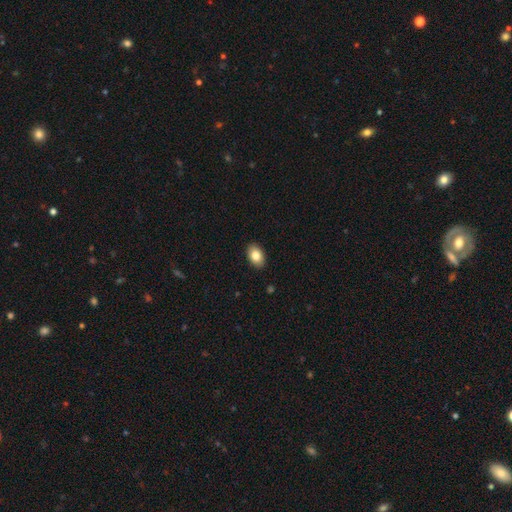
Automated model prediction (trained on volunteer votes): The model was most divided on "smooth or featured": smooth: 83%, featured or disk: 10%, star or artifact: 8%. More confident: merging — none (90%); how rounded — in between (88%).